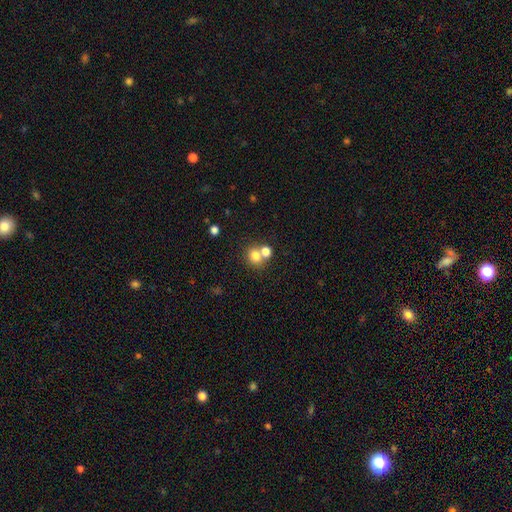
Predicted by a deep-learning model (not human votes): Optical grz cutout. It shows a smooth galaxy with no disk features (76%) that is round (76%). Merging: none (48%).